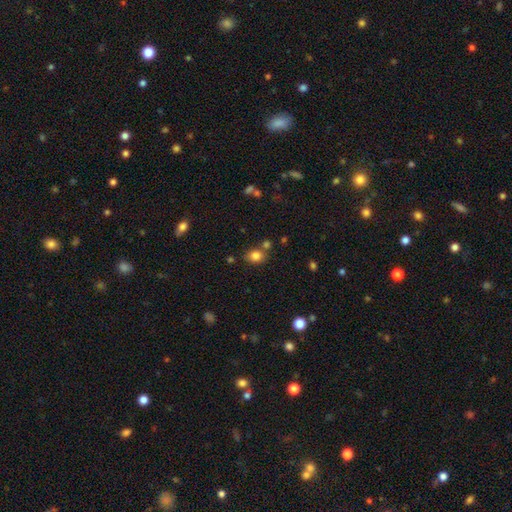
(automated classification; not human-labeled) smooth-or-featured: smooth: 82% | star or artifact: 12% | featured or disk: 6%
  how-rounded: round: 54% | in between: 45% | cigar-shaped: 1%
  merging: none: 69% | merger: 14% | minor disturbance: 13% | major disturbance: 4%